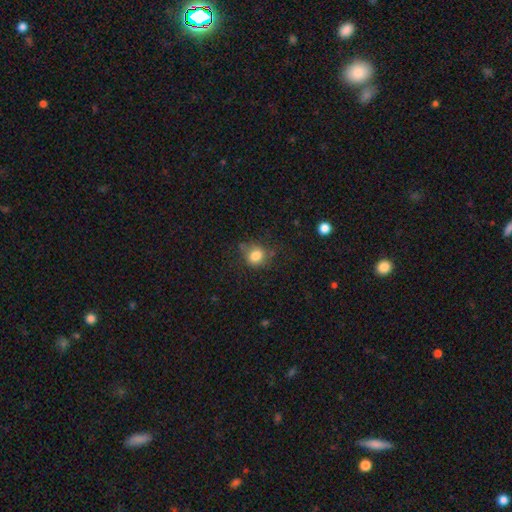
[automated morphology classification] Overall: smooth (81%). How rounded: round (66%; in between 33%). Merging: none (63%; minor disturbance 24%).